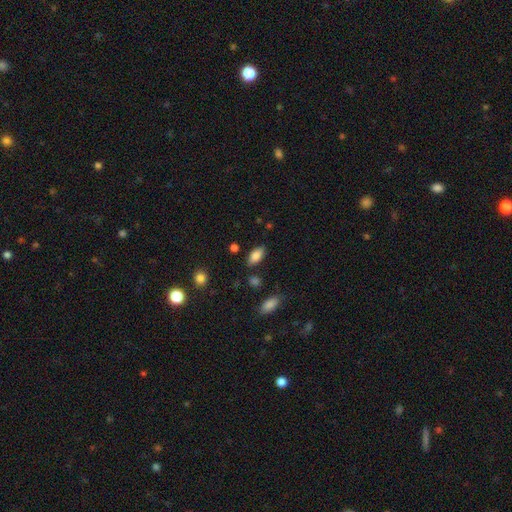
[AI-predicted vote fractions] The model was most divided on "merging": none: 81%, minor disturbance: 13%, major disturbance: 3%, merger: 3%. More confident: how rounded — in between (91%); smooth or featured — smooth (84%).